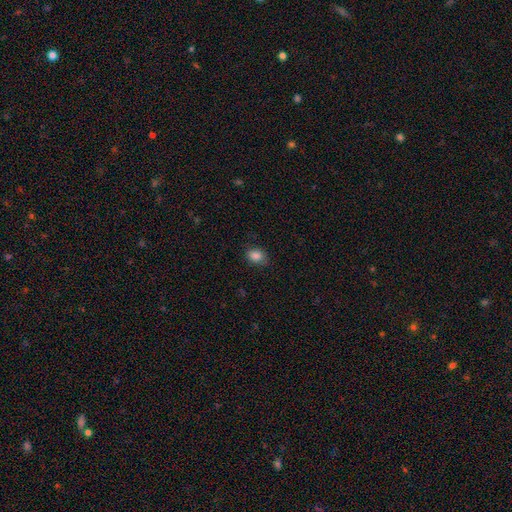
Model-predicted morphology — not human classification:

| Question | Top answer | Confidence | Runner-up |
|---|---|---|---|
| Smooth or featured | smooth | 85% | star or artifact (10%) |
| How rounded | in between | 63% | round (36%) |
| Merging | none | 80% | minor disturbance (15%) |